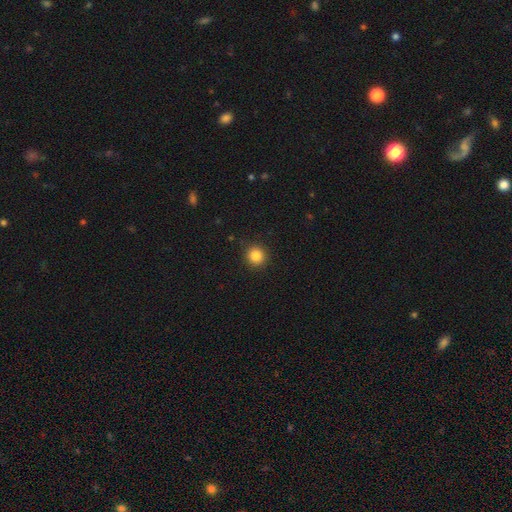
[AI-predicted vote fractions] This is clearly a smooth galaxy (85%). How rounded: clearly round (91%). Merging: clearly none (90%).